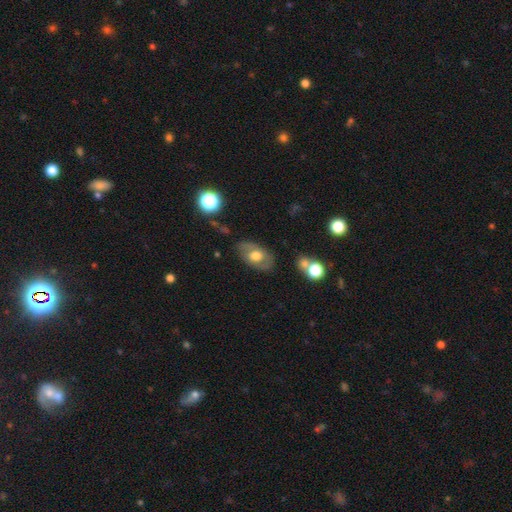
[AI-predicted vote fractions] Q: Smooth or featured?
A: smooth (52%); runner-up: featured or disk (41%)
Q: How rounded?
A: in between (86%); runner-up: round (12%)
Q: Merging?
A: none (70%); runner-up: minor disturbance (19%)